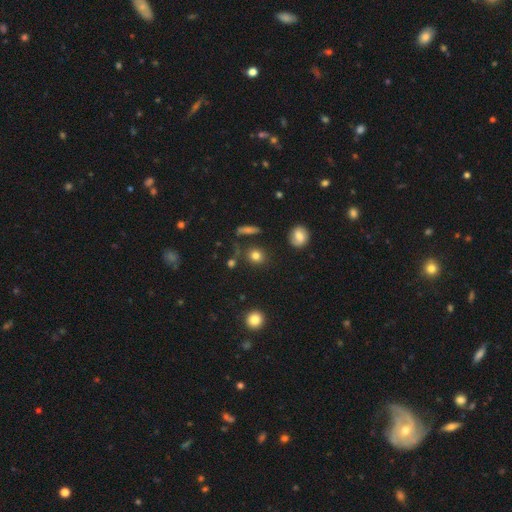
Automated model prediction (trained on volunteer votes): Q: Smooth or featured?
A: smooth (80%); runner-up: star or artifact (12%)
Q: How rounded?
A: round (81%); runner-up: in between (17%)
Q: Merging?
A: none (81%); runner-up: minor disturbance (10%)